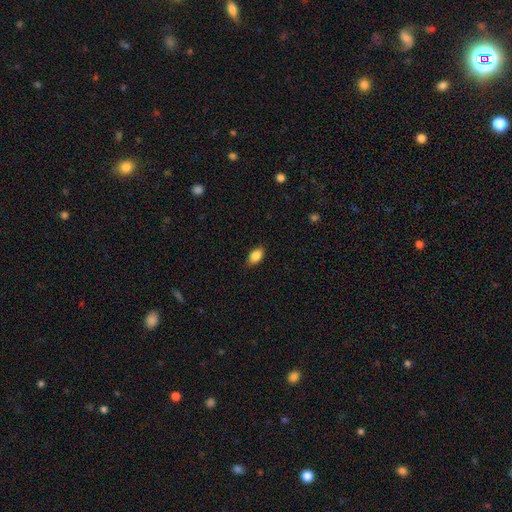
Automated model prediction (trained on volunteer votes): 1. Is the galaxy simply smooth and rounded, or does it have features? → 87% smooth, 8% star or artifact, 6% featured or disk.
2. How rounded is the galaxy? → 89% in between, 9% round, 3% cigar-shaped.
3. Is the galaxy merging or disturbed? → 84% none, 13% minor disturbance, 2% major disturbance, 1% merger.